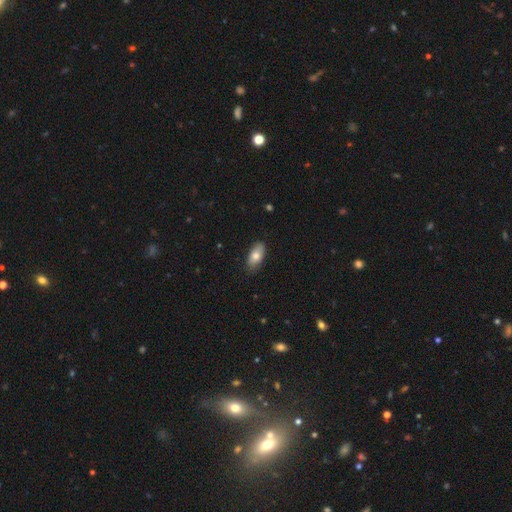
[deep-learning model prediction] smooth_or_featured: smooth (p=0.78) [alt: featured or disk p=0.16]
how_rounded: in between (p=0.90) [alt: cigar-shaped p=0.07]
merging: none (p=0.85) [alt: minor disturbance p=0.12]